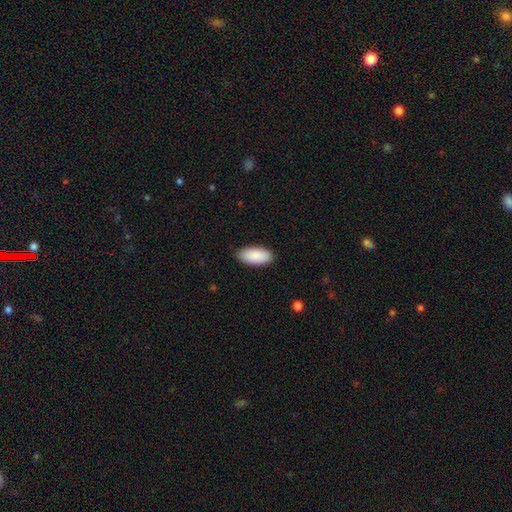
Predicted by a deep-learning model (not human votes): The model was most divided on "merging": none: 89%, minor disturbance: 9%, major disturbance: 2%, merger: 1%. More confident: how rounded — in between (93%); smooth or featured — smooth (90%).